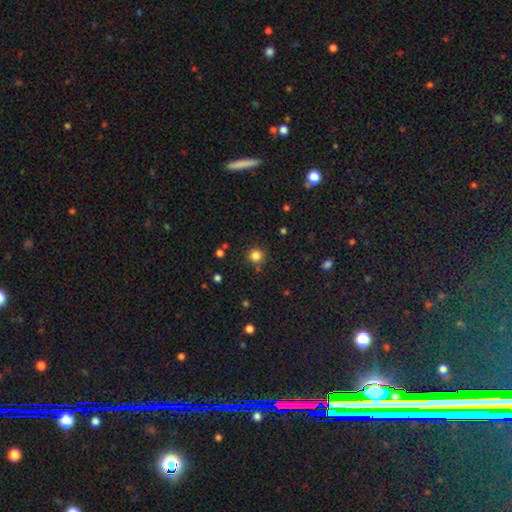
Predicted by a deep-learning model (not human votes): Smooth or featured: smooth — 82% (star or artifact — 13%)
How rounded: round — 94% (in between — 5%)
Merging: none — 86% (minor disturbance — 8%)